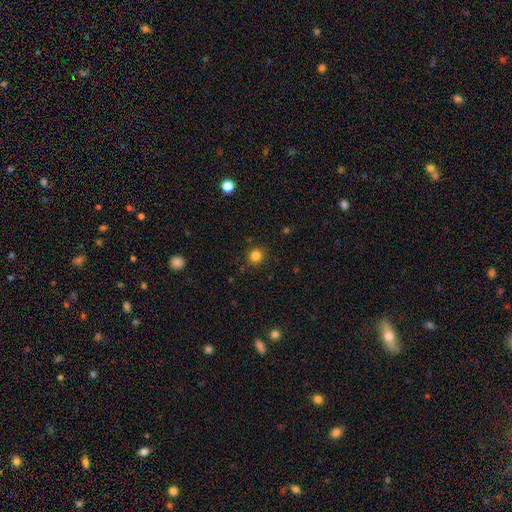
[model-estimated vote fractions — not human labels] Smooth or featured: smooth — 83% (star or artifact — 12%)
How rounded: round — 91% (in between — 8%)
Merging: none — 90% (minor disturbance — 7%)